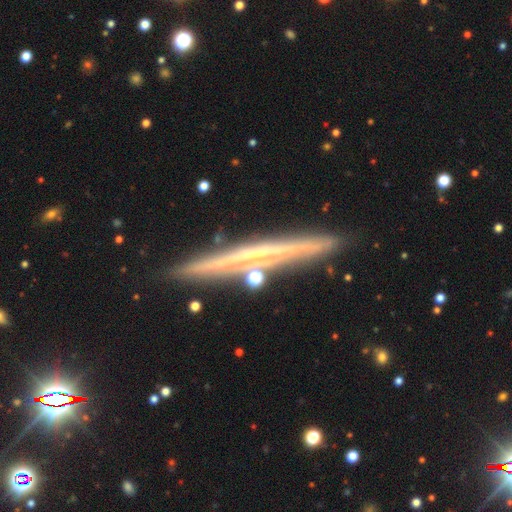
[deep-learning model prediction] A featured or disk galaxy (72%) viewed edge-on (97%) with no central bulge (74%).

Vote fractions:
- Smooth or featured? featured or disk: 72% / smooth: 20% / star or artifact: 8%
- Edge-on disk? yes: 97% / no: 3%
- Edge-on bulge? none: 74% / rounded: 21% / boxy: 5%
- Merging? none: 88% / minor disturbance: 8% / merger: 3% / major disturbance: 2%